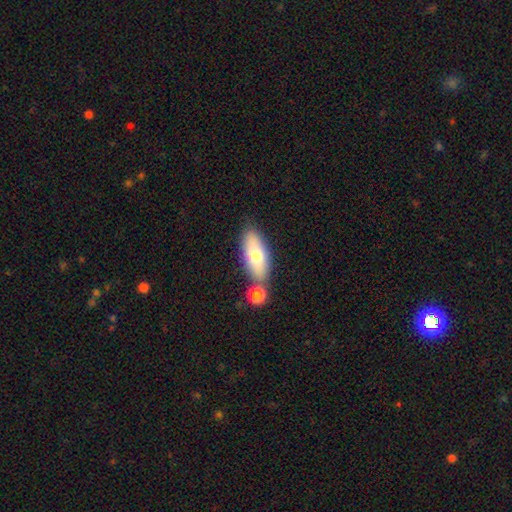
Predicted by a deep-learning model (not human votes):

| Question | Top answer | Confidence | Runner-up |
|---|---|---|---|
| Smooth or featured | smooth | 70% | featured or disk (24%) |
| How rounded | in between | 78% | cigar-shaped (18%) |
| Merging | none | 67% | merger (17%) |